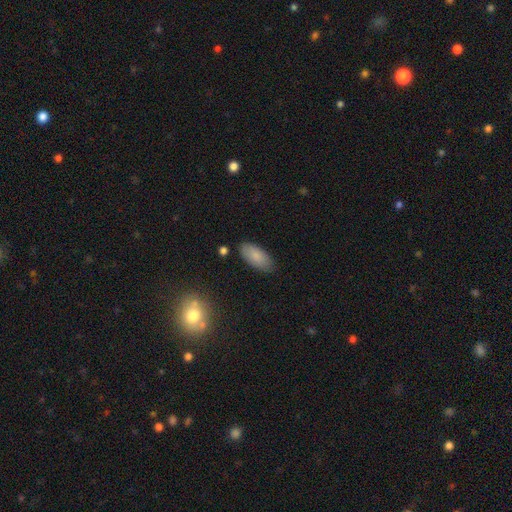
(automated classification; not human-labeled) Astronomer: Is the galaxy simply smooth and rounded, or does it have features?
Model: smooth — 83%.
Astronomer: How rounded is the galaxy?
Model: in between — 91%.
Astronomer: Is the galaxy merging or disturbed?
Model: none — 83%.